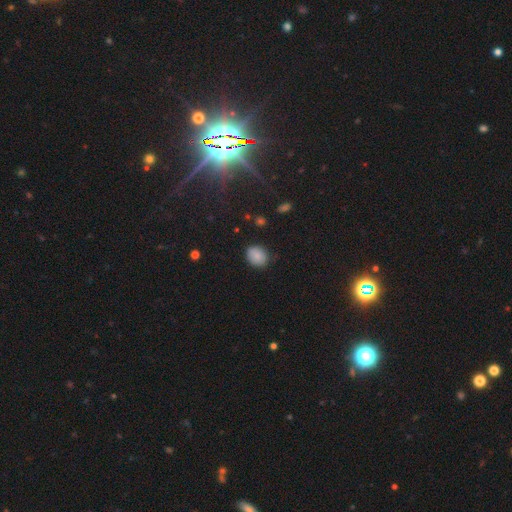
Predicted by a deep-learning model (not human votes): smooth_or_featured: smooth (p=0.85) [alt: star or artifact p=0.09]
how_rounded: round (p=0.50) [alt: in between p=0.49]
merging: none (p=0.78) [alt: minor disturbance p=0.17]